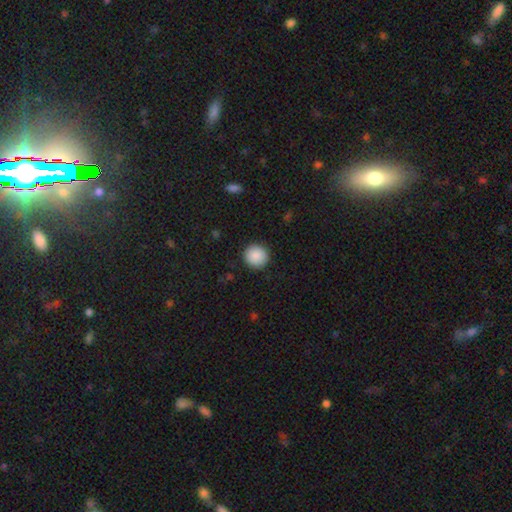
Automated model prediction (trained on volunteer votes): This appears to be a smooth galaxy with no disk features (90%) that is round (94%). Merging: none (92%).